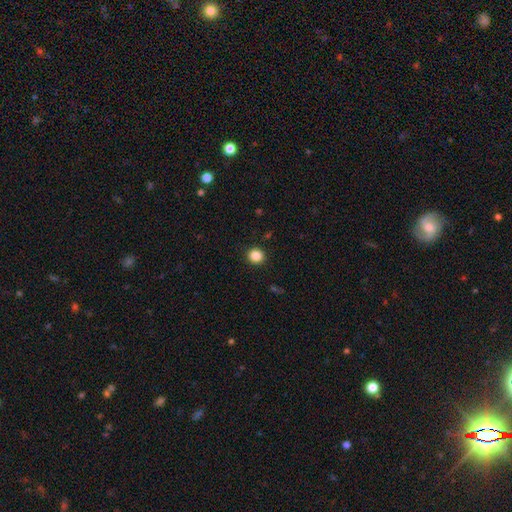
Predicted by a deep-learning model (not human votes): Morphology: type=smooth (85%); roundness=round (92%); merging=none (93%).